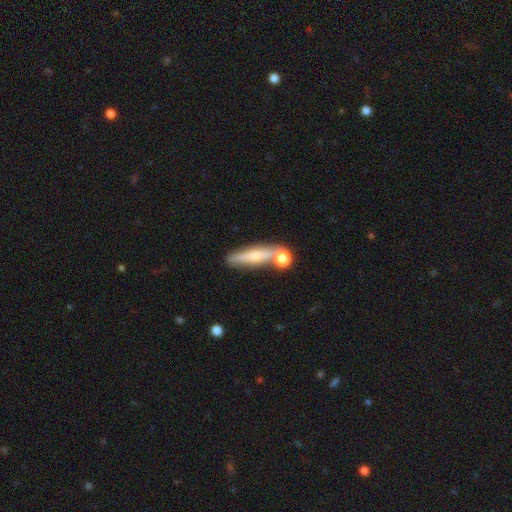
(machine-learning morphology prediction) Smooth or featured: smooth — 51% (featured or disk — 40%)
How rounded: cigar-shaped — 71% (in between — 23%)
Merging: none — 62% (merger — 20%)